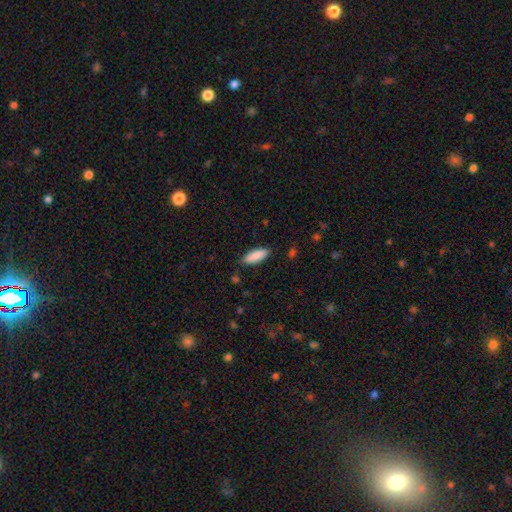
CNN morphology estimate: Smooth or featured? smooth (89%)
How rounded? in between (69%)
Merging? none (84%)